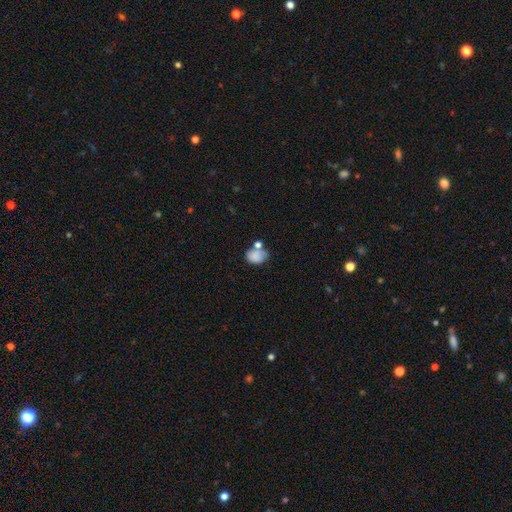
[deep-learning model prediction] Smooth or featured? Predicted: smooth (p=0.81). How rounded? Predicted: in between (p=0.61). Merging? Predicted: none (p=0.42).